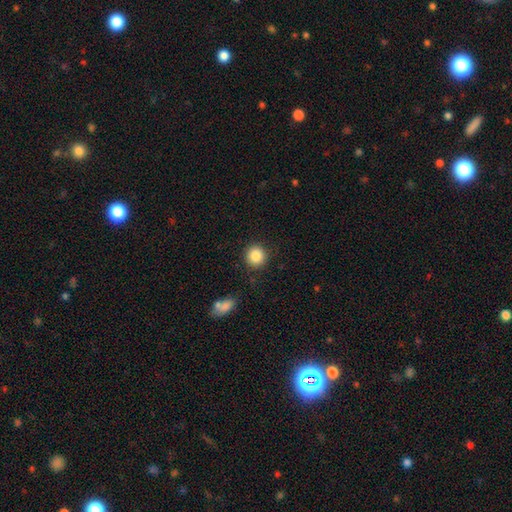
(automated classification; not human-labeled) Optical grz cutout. It shows a smooth galaxy with no disk features (86%) that is round (92%). Merging: none (88%).